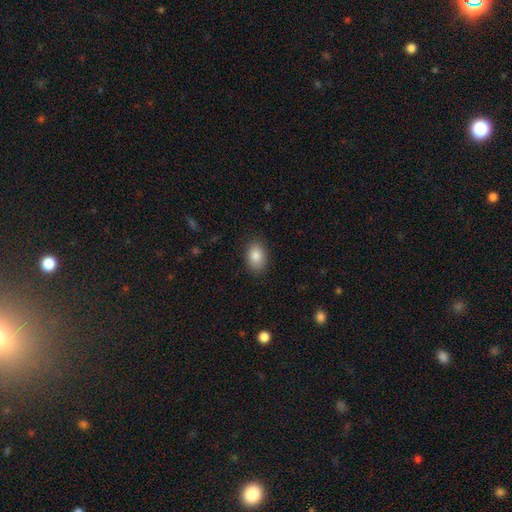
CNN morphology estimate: Overall: smooth (85%). How rounded: in between (80%). Merging: none (86%).